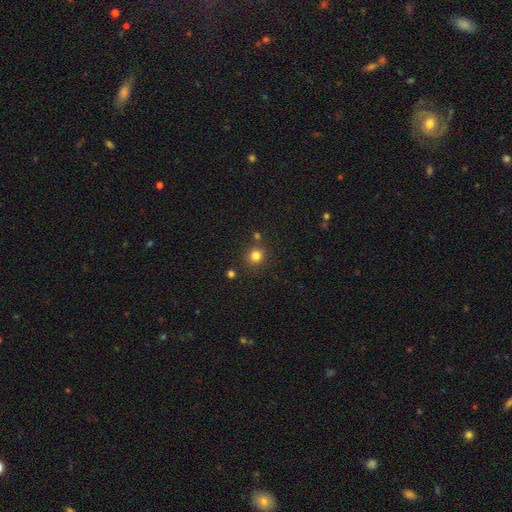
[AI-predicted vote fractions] smooth_or_featured: smooth (p=0.81) [alt: star or artifact p=0.14]
how_rounded: round (p=0.90) [alt: in between p=0.09]
merging: none (p=0.83) [alt: minor disturbance p=0.08]